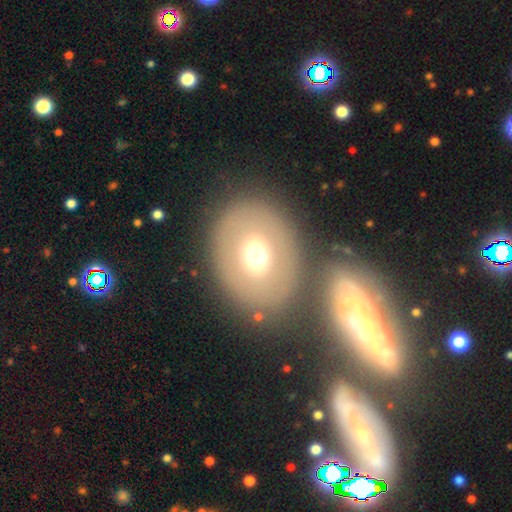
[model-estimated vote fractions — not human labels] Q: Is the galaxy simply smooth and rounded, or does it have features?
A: smooth — 60%.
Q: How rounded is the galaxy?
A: round — 52%.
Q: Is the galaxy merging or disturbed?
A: none — 68%.